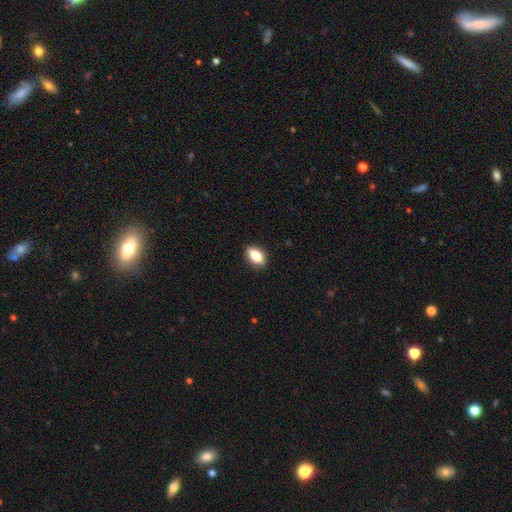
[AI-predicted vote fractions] smooth_or_featured: smooth (p=0.80) [alt: featured or disk p=0.12]
how_rounded: in between (p=0.87) [alt: round p=0.08]
merging: none (p=0.89) [alt: minor disturbance p=0.09]